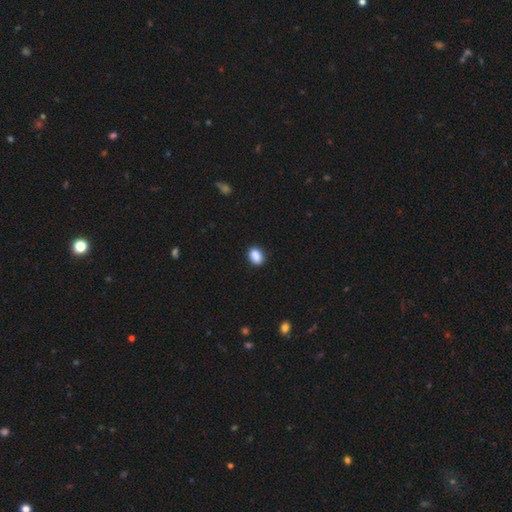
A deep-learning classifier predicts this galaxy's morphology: The model was most divided on "how rounded": in between: 75%, round: 24%, cigar-shaped: 1%. More confident: smooth or featured — smooth (89%); merging — none (88%).